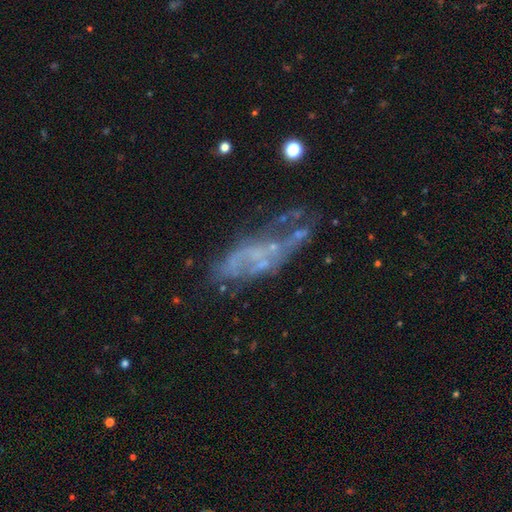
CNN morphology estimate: Smooth or featured? featured or disk (64%)
Edge-on disk? no (89%)
Bar? no (85%)
Spiral arms? no (77%)
Bulge size? none (77%)
Merging? none (40%)